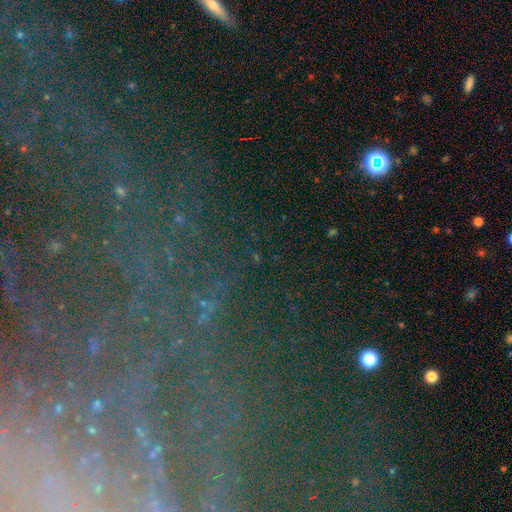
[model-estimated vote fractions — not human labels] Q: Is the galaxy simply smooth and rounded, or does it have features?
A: star or artifact — 49%.